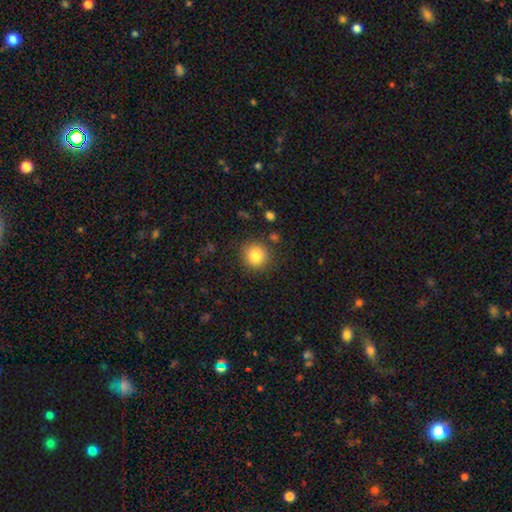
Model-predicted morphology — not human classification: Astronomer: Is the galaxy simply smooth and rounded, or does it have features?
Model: smooth — 82%.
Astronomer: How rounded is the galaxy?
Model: round — 93%.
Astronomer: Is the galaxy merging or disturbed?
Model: none — 86%.